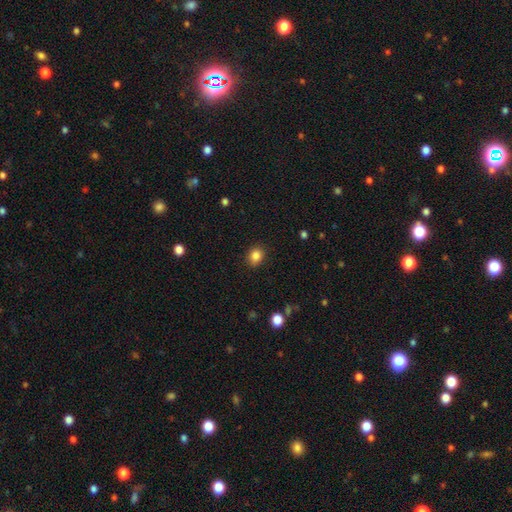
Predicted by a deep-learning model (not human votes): smooth_or_featured: smooth (p=0.85) [alt: star or artifact p=0.11]
how_rounded: round (p=0.52) [alt: in between p=0.47]
merging: none (p=0.87) [alt: minor disturbance p=0.09]